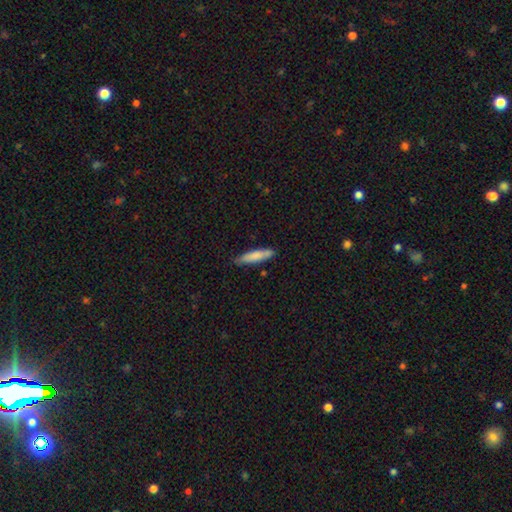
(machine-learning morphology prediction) Smooth or featured? smooth (79%)
How rounded? cigar-shaped (81%)
Merging? none (82%)